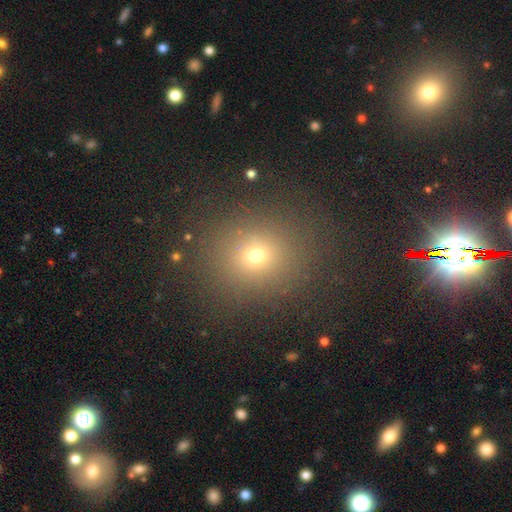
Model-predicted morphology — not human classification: A smooth galaxy with no disk features (68%) that is round (78%).

Vote fractions:
- Smooth or featured? smooth: 68% / star or artifact: 23% / featured or disk: 9%
- How rounded? round: 78% / in between: 21% / cigar-shaped: 1%
- Merging? none: 85% / minor disturbance: 9% / major disturbance: 5% / merger: 2%